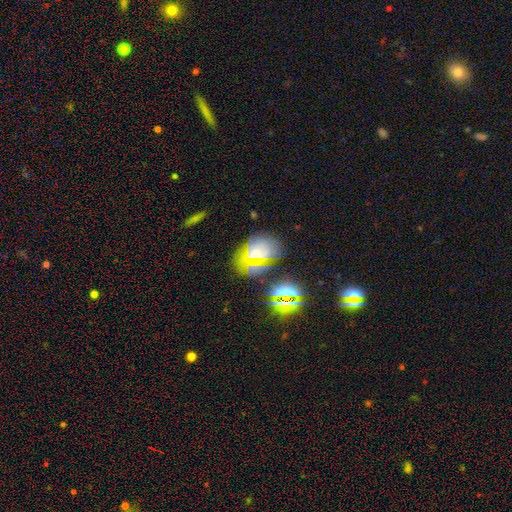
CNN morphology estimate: Smooth or featured? smooth (42%)
Merging? none (63%)